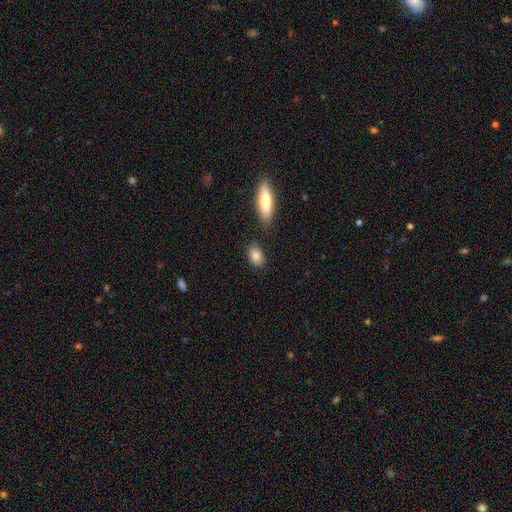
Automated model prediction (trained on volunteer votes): Smooth or featured?
  - smooth: 83% *
  - featured or disk: 10%
  - star or artifact: 7%
How rounded?
  - in between: 83% *
  - round: 12%
  - cigar-shaped: 5%
Merging?
  - none: 75% *
  - minor disturbance: 16%
  - merger: 6%
  - major disturbance: 3%